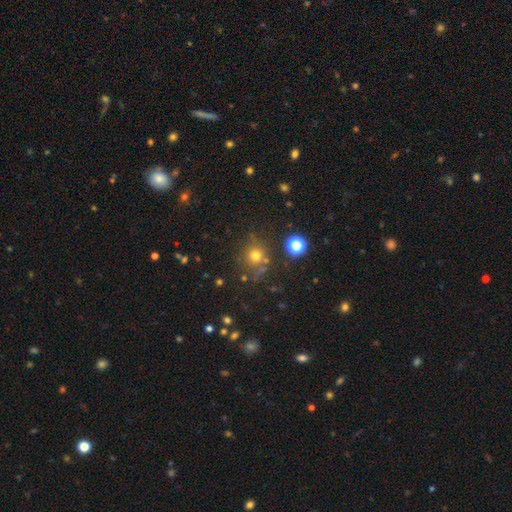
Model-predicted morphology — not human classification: The model was most divided on "smooth or featured": smooth: 71%, star or artifact: 20%, featured or disk: 8%. More confident: how rounded — round (89%); merging — none (74%).